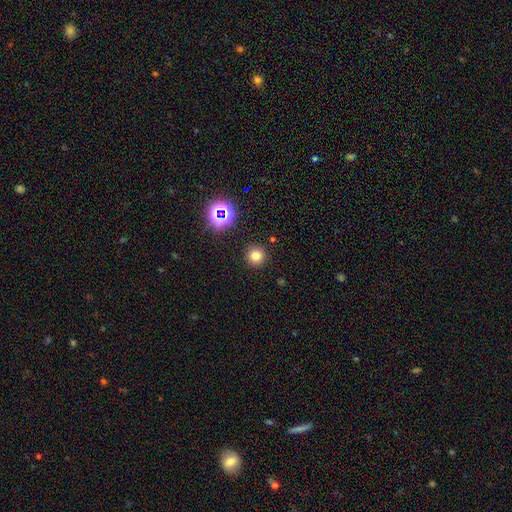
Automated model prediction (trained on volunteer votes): The model was most divided on "smooth or featured": smooth: 74%, star or artifact: 19%, featured or disk: 6%. More confident: how rounded — round (95%); merging — none (90%).